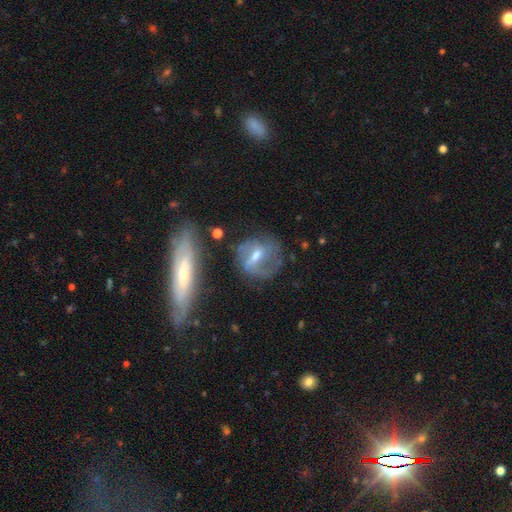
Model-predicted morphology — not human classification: Smooth or featured?
  - featured or disk: 70% *
  - smooth: 22%
  - star or artifact: 8%
Edge-on disk?
  - no: 92% *
  - yes: 8%
Bar?
  - weak: 48% *
  - strong: 33%
  - no: 20%
Spiral arms?
  - yes: 80% *
  - no: 20%
Spiral winding?
  - medium: 42% *
  - tight: 31%
  - loose: 27%
Spiral arm count?
  - 2: 47% *
  - can't tell: 28%
  - 1: 10%
  - 3: 10%
  - 4: 3%
  - more than 4: 2%
Bulge size?
  - moderate: 57% *
  - small: 31%
  - none: 6%
  - large: 5%
  - dominant: 1%
Merging?
  - none: 58% *
  - minor disturbance: 20%
  - major disturbance: 16%
  - merger: 5%